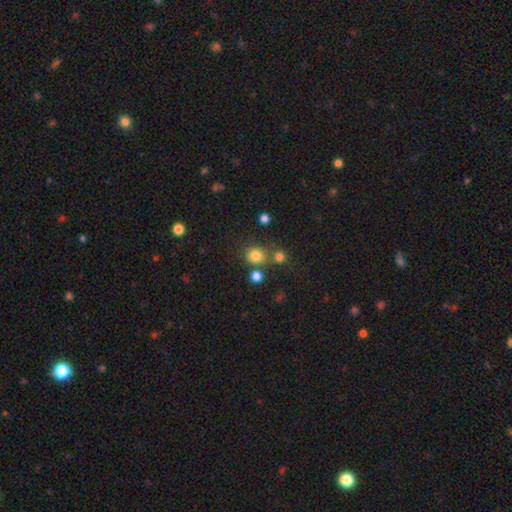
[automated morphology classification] Overall: smooth (79%). How rounded: round (86%). Merging: none (68%).